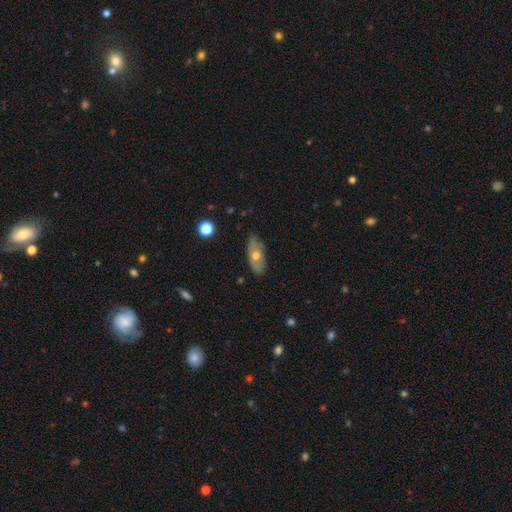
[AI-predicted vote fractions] Smooth or featured: smooth — 51% (featured or disk — 42%)
How rounded: in between — 79% (cigar-shaped — 16%)
Merging: none — 77% (minor disturbance — 18%)